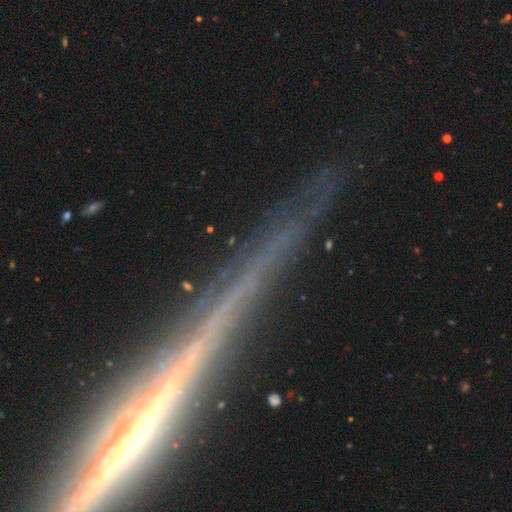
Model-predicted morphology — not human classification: featured or disk 73%, star or artifact 16%, smooth 11%. Down the decision tree: edge-on disk — yes (94%); edge-on bulge — none (58%); merging — none (80%).